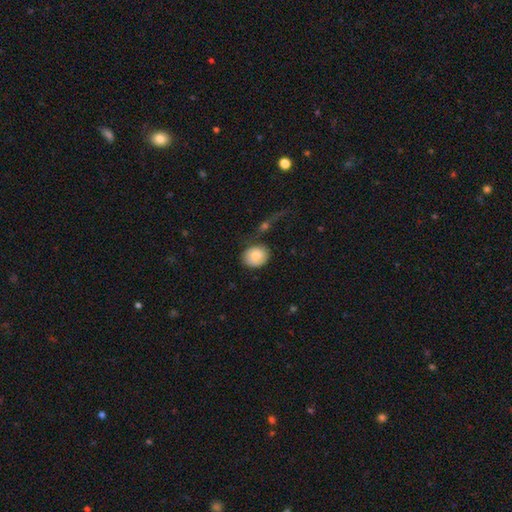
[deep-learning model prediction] Smooth or featured? Predicted: smooth (p=0.81). How rounded? Predicted: round (p=0.65). Merging? Predicted: none (p=0.69).